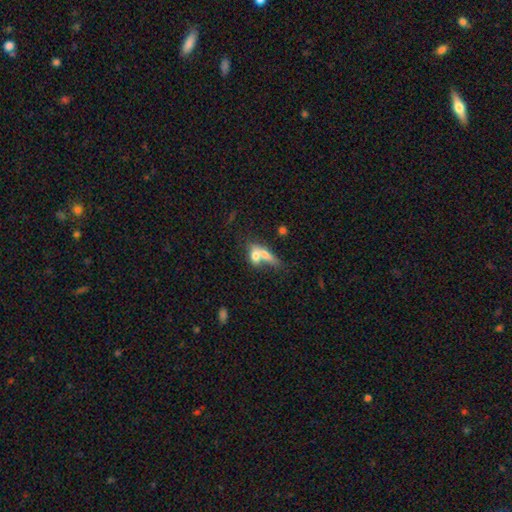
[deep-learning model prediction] A smooth galaxy with no disk features (67%) that is in between round and cigar-shaped (64%). Merging: merger (63%).